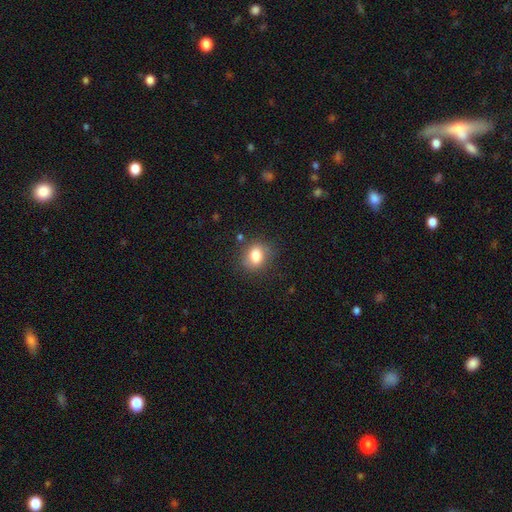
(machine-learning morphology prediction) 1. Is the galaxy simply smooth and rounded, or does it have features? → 82% smooth, 10% star or artifact, 8% featured or disk.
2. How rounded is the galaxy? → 52% in between, 47% round, 1% cigar-shaped.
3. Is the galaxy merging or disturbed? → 79% none, 15% minor disturbance, 4% major disturbance, 3% merger.